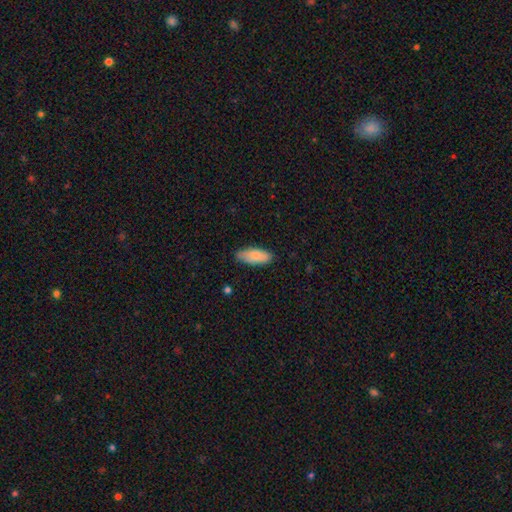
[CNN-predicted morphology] This appears to be a smooth galaxy with no disk features (81%) that is in between round and cigar-shaped (83%). Merging: none (78%).